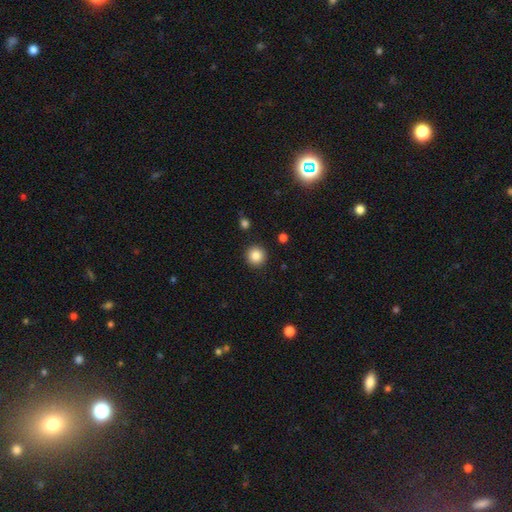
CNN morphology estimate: Smooth or featured? Predicted: smooth (p=0.86). How rounded? Predicted: round (p=0.95). Merging? Predicted: none (p=0.92).